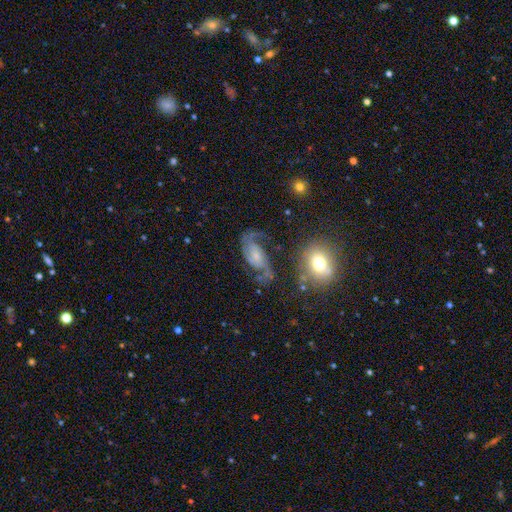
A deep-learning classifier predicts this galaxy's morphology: Overall: featured or disk (84%). Edge-on disk: no (97%). Bar: no (52%; weak 37%). Spiral arms: yes (96%). Spiral arm count: 2 (90%). Spiral winding: medium (46%; loose 38%). Bulge size: small (52%; moderate 29%). Merging: none (56%; minor disturbance 20%).